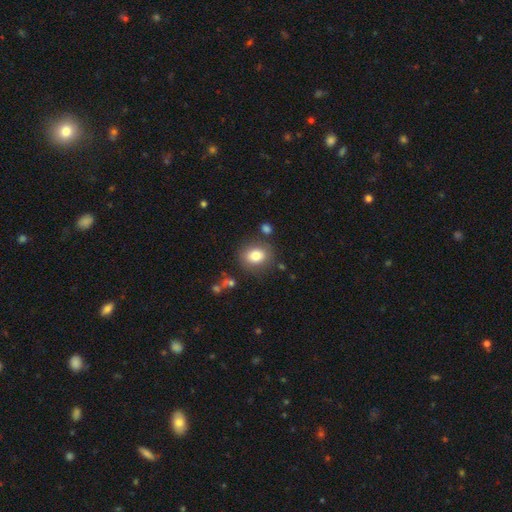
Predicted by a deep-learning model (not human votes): smooth-or-featured: smooth: 81% | star or artifact: 10% | featured or disk: 9%
  how-rounded: round: 63% | in between: 36% | cigar-shaped: 1%
  merging: none: 81% | minor disturbance: 11% | merger: 4% | major disturbance: 4%